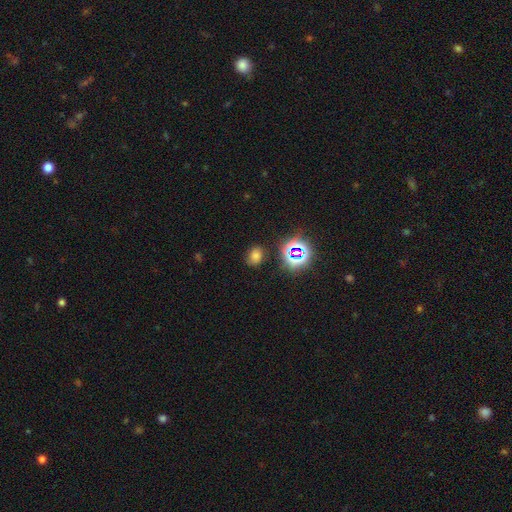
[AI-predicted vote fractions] A smooth galaxy with no disk features (66%) that is in between round and cigar-shaped (57%).

Vote fractions:
- Smooth or featured? smooth: 66% / star or artifact: 27% / featured or disk: 8%
- How rounded? in between: 57% / round: 42% / cigar-shaped: 1%
- Merging? none: 79% / minor disturbance: 14% / major disturbance: 4% / merger: 3%